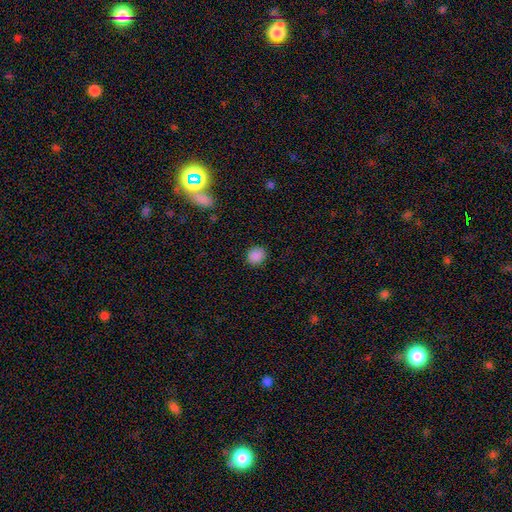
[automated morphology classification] smooth_or_featured: smooth (p=0.88) [alt: star or artifact p=0.10]
how_rounded: round (p=0.73) [alt: in between p=0.26]
merging: none (p=0.89) [alt: minor disturbance p=0.07]